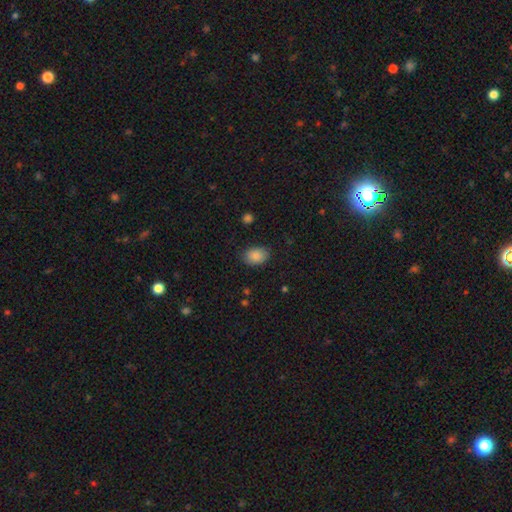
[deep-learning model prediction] Q: Smooth or featured?
A: smooth (87%); runner-up: star or artifact (8%)
Q: How rounded?
A: in between (81%); runner-up: round (18%)
Q: Merging?
A: none (82%); runner-up: minor disturbance (14%)